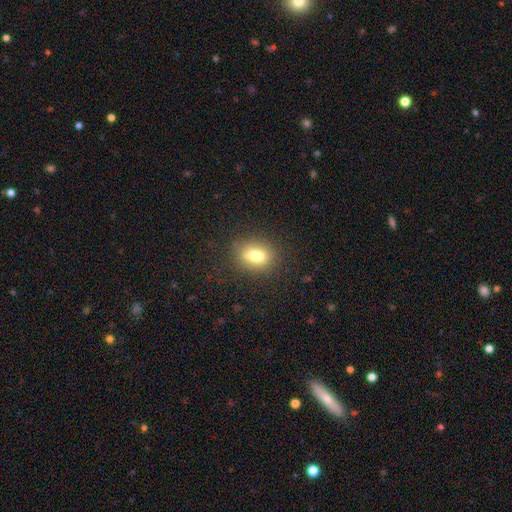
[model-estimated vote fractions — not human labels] Smooth or featured? smooth (72%)
How rounded? in between (64%)
Merging? none (71%)